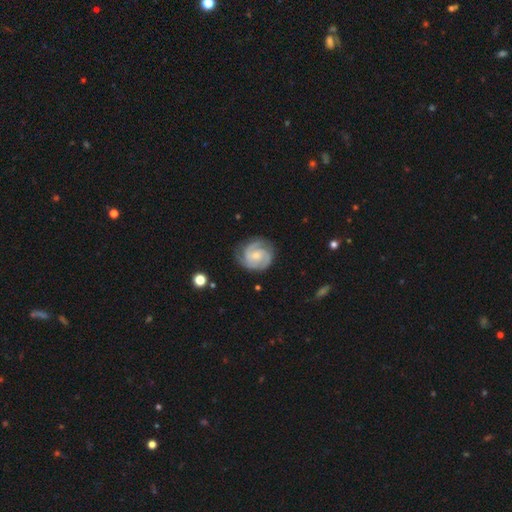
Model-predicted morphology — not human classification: smooth_or_featured: featured or disk (p=0.86) [alt: smooth p=0.09]
disk_edge_on: no (p=0.98) [alt: yes p=0.02]
bar: no (p=0.60) [alt: weak p=0.34]
has_spiral_arms: yes (p=0.98) [alt: no p=0.02]
spiral_winding: tight (p=0.62) [alt: medium p=0.33]
spiral_arm_count: 2 (p=0.51) [alt: 3 p=0.31]
bulge_size: small (p=0.56) [alt: moderate p=0.35]
merging: none (p=0.78) [alt: minor disturbance p=0.16]